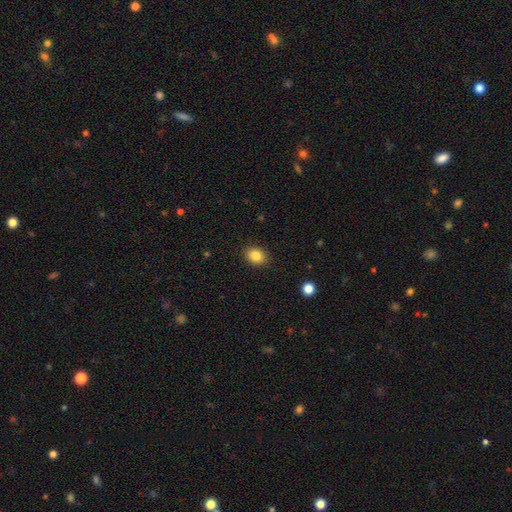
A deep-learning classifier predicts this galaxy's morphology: Overall: smooth (86%). How rounded: in between (57%; round 42%). Merging: none (88%).